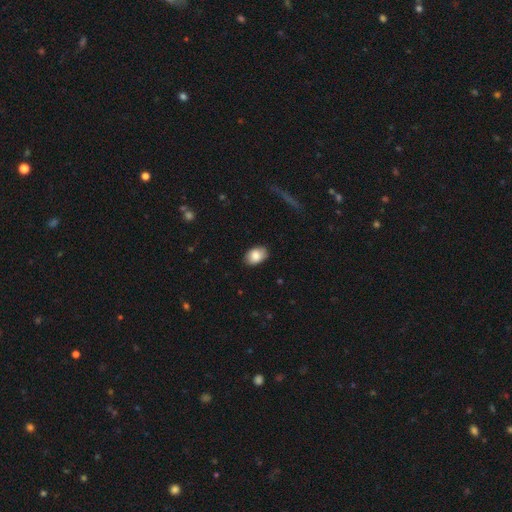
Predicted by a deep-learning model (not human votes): smooth_or_featured: smooth (p=0.85) [alt: featured or disk p=0.08]
how_rounded: in between (p=0.83) [alt: round p=0.16]
merging: none (p=0.84) [alt: minor disturbance p=0.13]